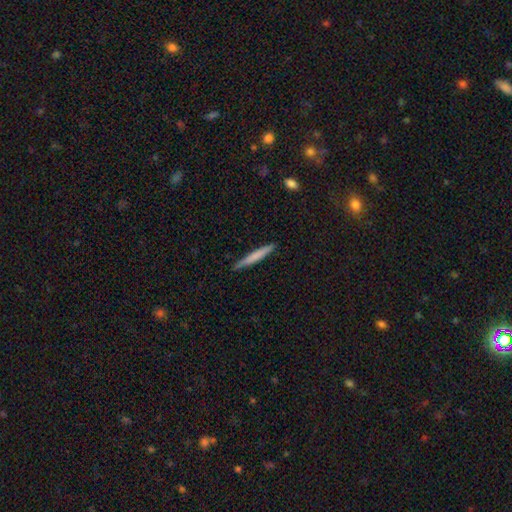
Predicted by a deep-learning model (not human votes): Smooth or featured: smooth — 68% (featured or disk — 26%)
How rounded: cigar-shaped — 96% (in between — 3%)
Merging: none — 88% (minor disturbance — 9%)